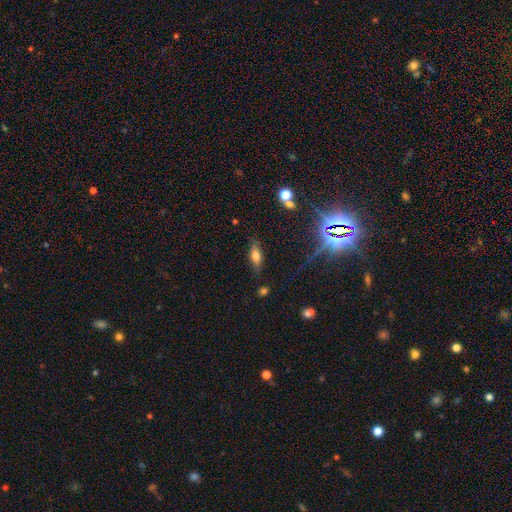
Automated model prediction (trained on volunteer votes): A smooth galaxy with no disk features (63%) that is in between round and cigar-shaped (70%). Merging: none (77%).